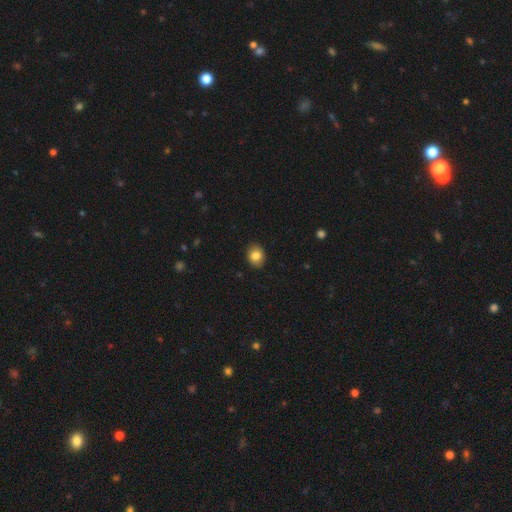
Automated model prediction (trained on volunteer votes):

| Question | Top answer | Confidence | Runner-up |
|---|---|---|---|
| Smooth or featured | smooth | 83% | star or artifact (9%) |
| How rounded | in between | 51% | round (48%) |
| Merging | none | 89% | minor disturbance (9%) |